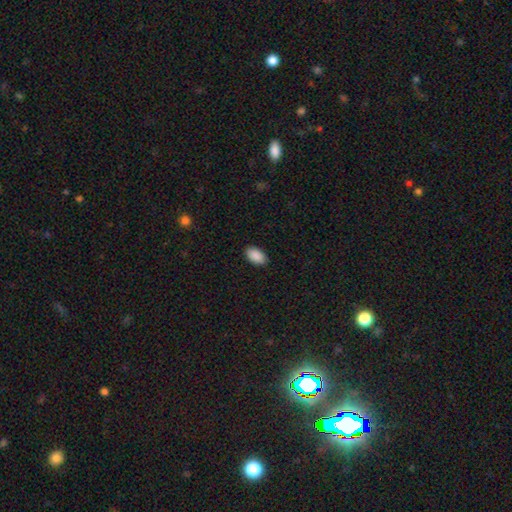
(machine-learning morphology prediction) Smooth or featured?
  - smooth: 91% *
  - star or artifact: 7%
  - featured or disk: 2%
How rounded?
  - in between: 94% *
  - round: 5%
  - cigar-shaped: 1%
Merging?
  - none: 89% *
  - minor disturbance: 8%
  - major disturbance: 2%
  - merger: 1%